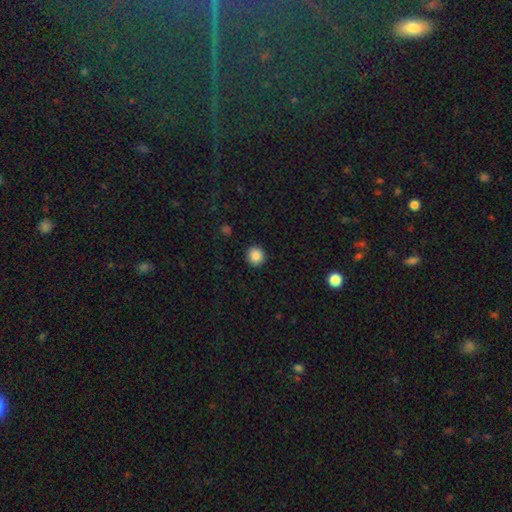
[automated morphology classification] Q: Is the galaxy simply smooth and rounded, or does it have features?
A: smooth — 88%.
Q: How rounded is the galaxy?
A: round — 92%.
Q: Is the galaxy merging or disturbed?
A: none — 92%.